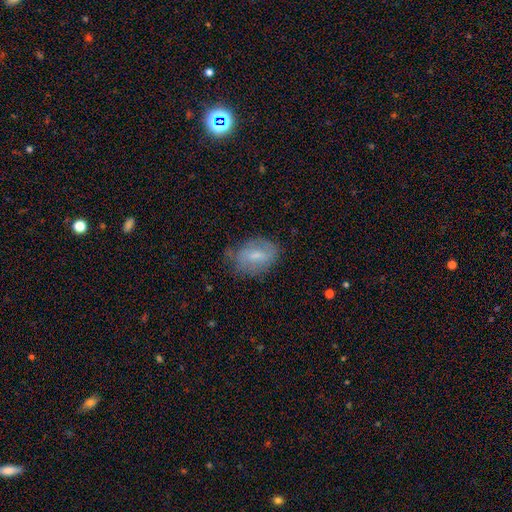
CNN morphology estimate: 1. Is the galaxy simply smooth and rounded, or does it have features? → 54% smooth, 38% featured or disk, 8% star or artifact.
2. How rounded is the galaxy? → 84% in between, 14% round, 2% cigar-shaped.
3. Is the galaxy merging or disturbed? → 61% none, 27% minor disturbance, 9% major disturbance, 2% merger.